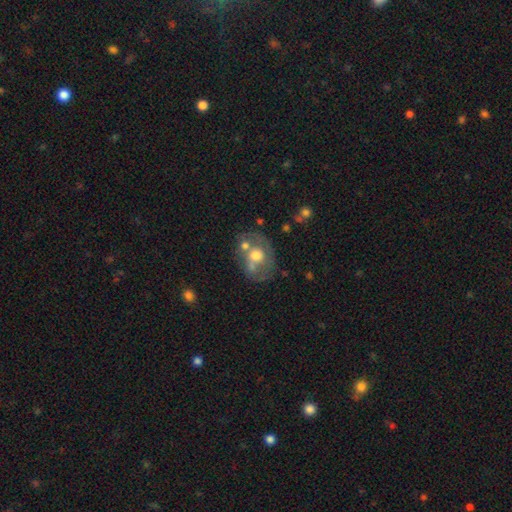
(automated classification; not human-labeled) Morphology: type=smooth (47%); merging=none (41%).